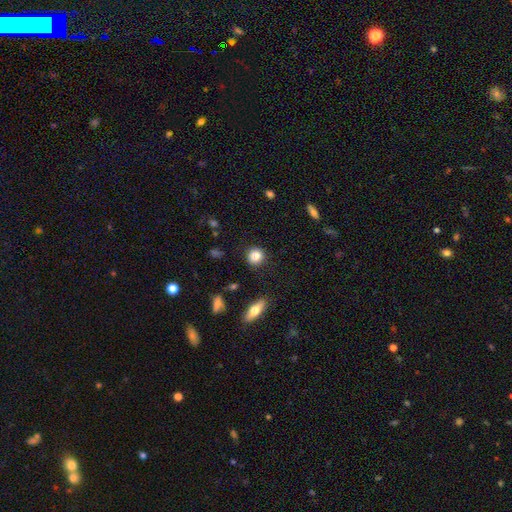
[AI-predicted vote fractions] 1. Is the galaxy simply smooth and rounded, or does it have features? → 84% smooth, 9% star or artifact, 7% featured or disk.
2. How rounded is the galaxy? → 88% round, 11% in between, 1% cigar-shaped.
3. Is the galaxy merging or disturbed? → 90% none, 6% minor disturbance, 2% major disturbance, 2% merger.